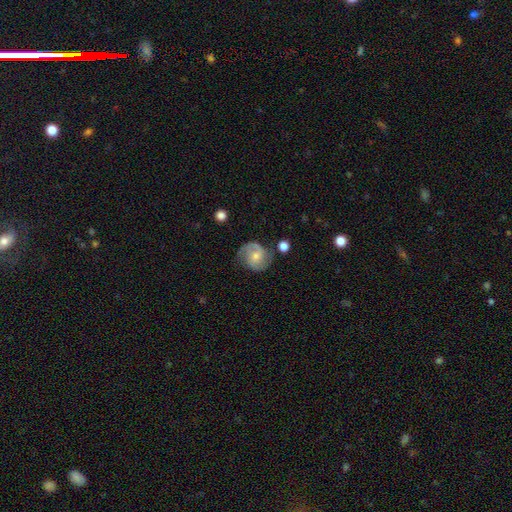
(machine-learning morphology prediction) A featured or disk galaxy (69%) with no bar (58%), 2 (80%) medium (47%) spiral arms (91%) and a small central bulge (49%).

Vote fractions:
- Smooth or featured? featured or disk: 69% / smooth: 24% / star or artifact: 7%
- Edge-on disk? no: 97% / yes: 3%
- Bar? no: 58% / weak: 35% / strong: 7%
- Spiral arms? yes: 91% / no: 9%
- Spiral winding? medium: 47% / tight: 31% / loose: 23%
- Spiral arm count? 2: 80% / can't tell: 9% / 1: 6% / 3: 3% / 4: 1% / more than 4: 1%
- Bulge size? small: 49% / moderate: 45% / none: 3% / large: 2% / dominant: 1%
- Merging? none: 69% / minor disturbance: 20% / major disturbance: 8% / merger: 3%